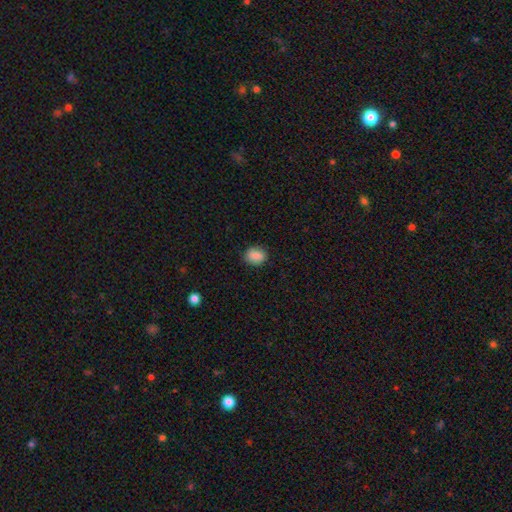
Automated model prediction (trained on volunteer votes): This is clearly a smooth galaxy (87%). How rounded: possibly round (55%). Merging: clearly none (86%).